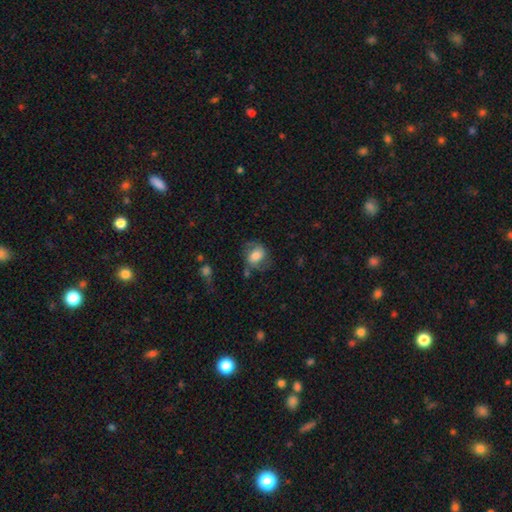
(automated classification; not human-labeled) smooth-or-featured: smooth: 56% | featured or disk: 36% | star or artifact: 8%
  how-rounded: in between: 50% | round: 48% | cigar-shaped: 1%
  merging: none: 55% | minor disturbance: 25% | major disturbance: 17% | merger: 4%